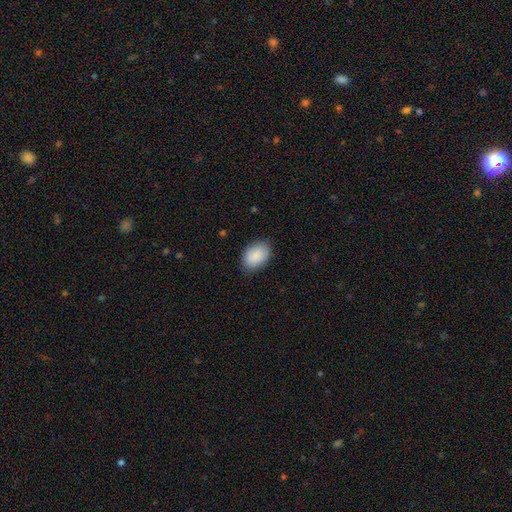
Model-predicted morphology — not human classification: smooth-or-featured: smooth: 90% | star or artifact: 6% | featured or disk: 4%
  how-rounded: in between: 87% | round: 12% | cigar-shaped: 1%
  merging: none: 83% | minor disturbance: 14% | major disturbance: 3% | merger: 1%